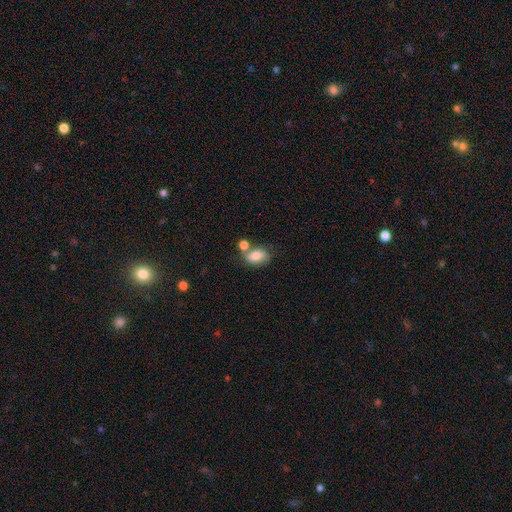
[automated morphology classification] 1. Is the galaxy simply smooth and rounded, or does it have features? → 75% smooth, 16% featured or disk, 9% star or artifact.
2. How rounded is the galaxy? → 80% in between, 18% round, 2% cigar-shaped.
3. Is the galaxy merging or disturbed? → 48% none, 28% merger, 17% minor disturbance, 6% major disturbance.